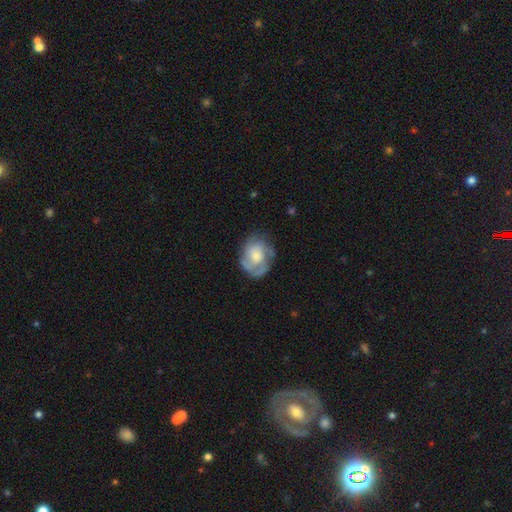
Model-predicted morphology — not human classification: A featured or disk galaxy (59%) with no bar (77%), spiral arms (74%) and a moderate central bulge (48%). Merging: none (62%).